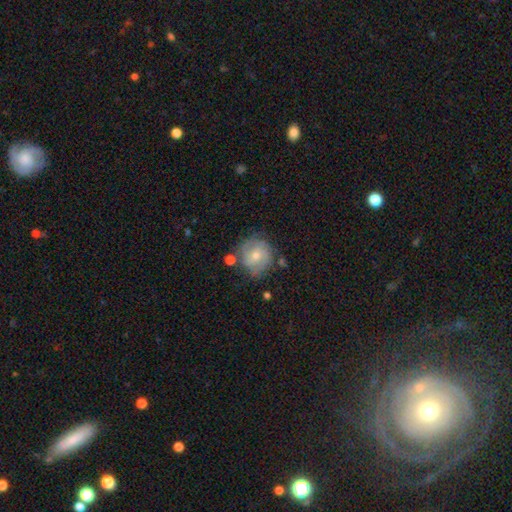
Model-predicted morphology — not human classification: This is possibly a featured or disk galaxy (54%). It is clearly not viewed edge-on (97%). Bar: likely no (68%). Spiral arm pattern: likely yes (78%). Central bulge: possibly small (49%). Merging: likely none (64%).